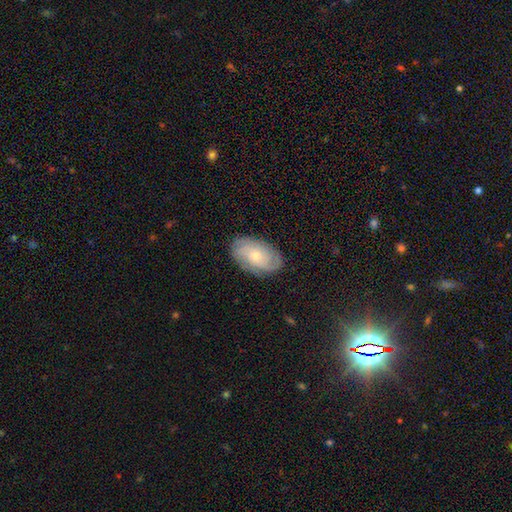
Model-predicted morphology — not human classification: smooth_or_featured: featured or disk (p=0.67) [alt: smooth p=0.26]
disk_edge_on: no (p=0.95) [alt: yes p=0.05]
bar: no (p=0.77) [alt: weak p=0.20]
has_spiral_arms: yes (p=0.91) [alt: no p=0.09]
spiral_winding: tight (p=0.59) [alt: medium p=0.31]
spiral_arm_count: can't tell (p=0.36) [alt: 2 p=0.22]
bulge_size: small (p=0.59) [alt: moderate p=0.37]
merging: none (p=0.82) [alt: minor disturbance p=0.13]